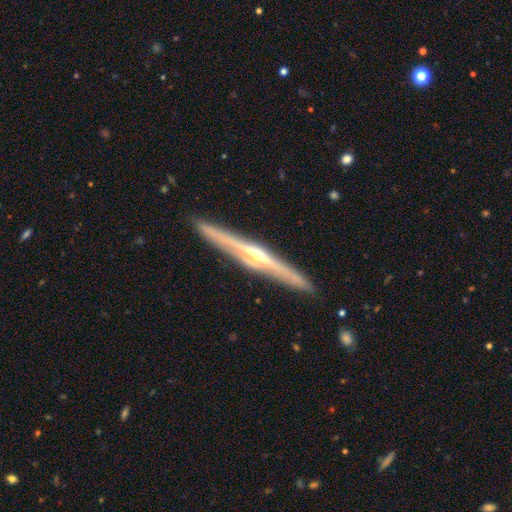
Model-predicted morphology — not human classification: smooth_or_featured: featured or disk (p=0.81) [alt: smooth p=0.14]
disk_edge_on: yes (p=0.98) [alt: no p=0.02]
edge_on_bulge: rounded (p=0.85) [alt: none p=0.08]
merging: none (p=0.91) [alt: minor disturbance p=0.06]